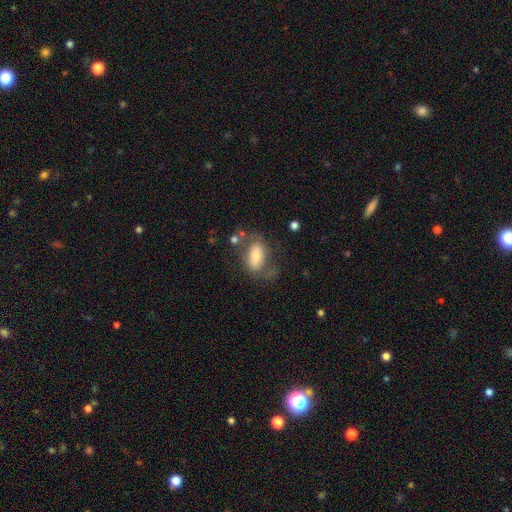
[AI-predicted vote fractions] smooth_or_featured: smooth (p=0.57) [alt: featured or disk p=0.35]
how_rounded: in between (p=0.88) [alt: round p=0.08]
merging: none (p=0.49) [alt: minor disturbance p=0.22]